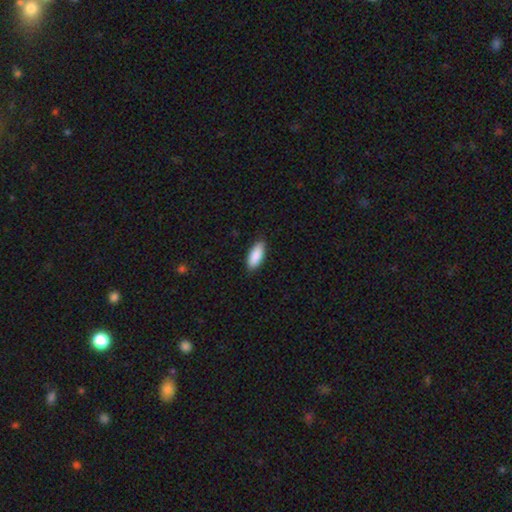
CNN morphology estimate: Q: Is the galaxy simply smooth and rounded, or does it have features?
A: smooth — 90%.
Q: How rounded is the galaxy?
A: in between — 83%.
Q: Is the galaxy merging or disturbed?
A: none — 88%.